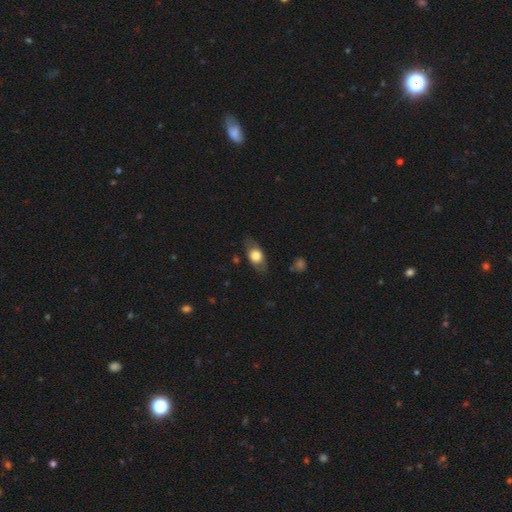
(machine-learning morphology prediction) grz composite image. It shows a smooth galaxy with no disk features (68%) that is in between round and cigar-shaped (79%). Merging: none (76%).